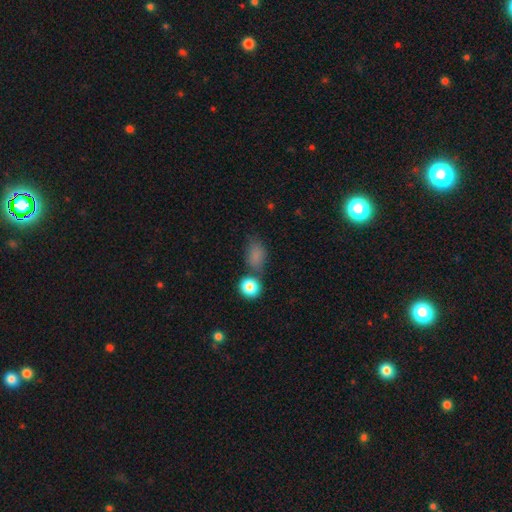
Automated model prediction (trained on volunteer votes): Smooth or featured: smooth — 80% (star or artifact — 14%)
How rounded: in between — 71% (round — 27%)
Merging: none — 56% (minor disturbance — 21%)